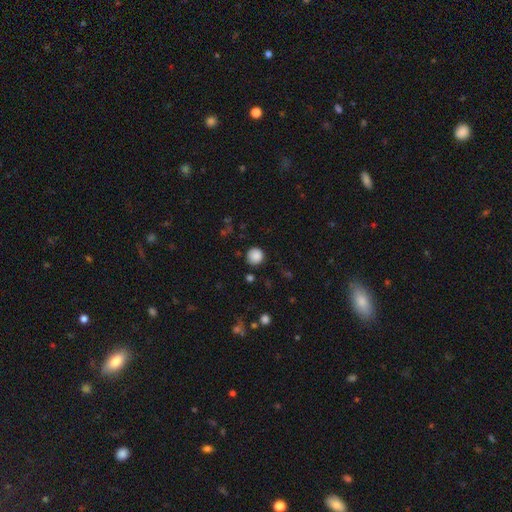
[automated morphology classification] Smooth or featured?
  - smooth: 87% *
  - star or artifact: 10%
  - featured or disk: 4%
How rounded?
  - round: 93% *
  - in between: 6%
  - cigar-shaped: 1%
Merging?
  - none: 85% *
  - minor disturbance: 10%
  - major disturbance: 3%
  - merger: 2%